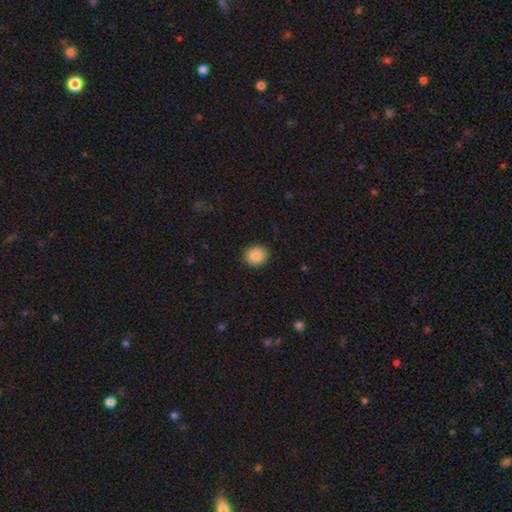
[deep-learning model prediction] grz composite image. It shows a smooth galaxy with no disk features (88%) that is round (84%). Merging: none (91%).